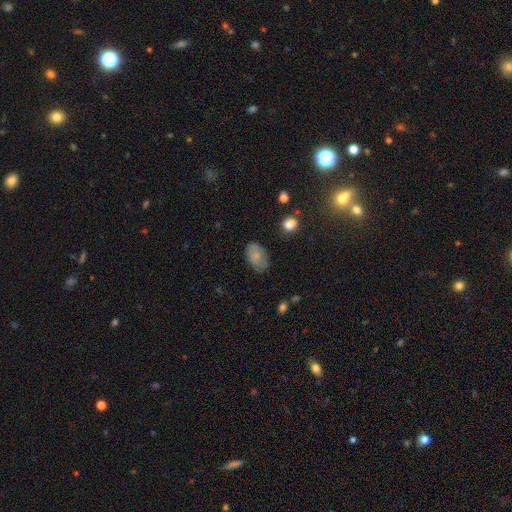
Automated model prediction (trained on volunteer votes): A smooth galaxy with no disk features (77%) that is in between round and cigar-shaped (91%).

Vote fractions:
- Smooth or featured? smooth: 77% / featured or disk: 15% / star or artifact: 8%
- How rounded? in between: 91% / round: 8% / cigar-shaped: 1%
- Merging? none: 77% / minor disturbance: 17% / major disturbance: 4% / merger: 2%